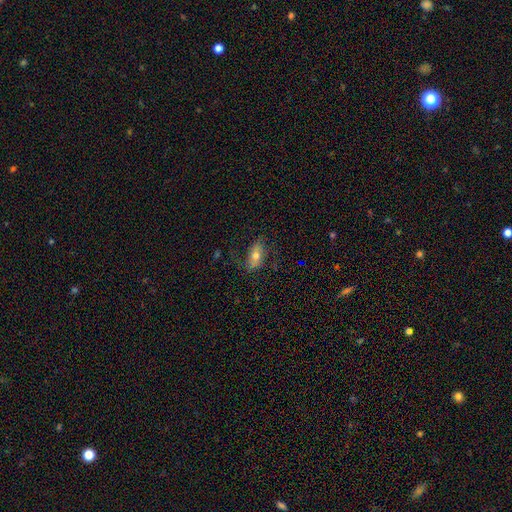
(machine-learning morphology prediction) A smooth galaxy with no disk features (58%) that is in between round and cigar-shaped (84%). Merging: none (69%).